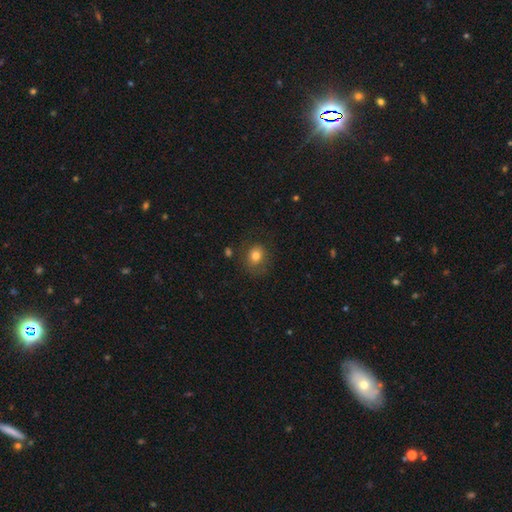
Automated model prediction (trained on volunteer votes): This appears to be a smooth galaxy with no disk features (76%) that is round (61%). Merging: none (73%).